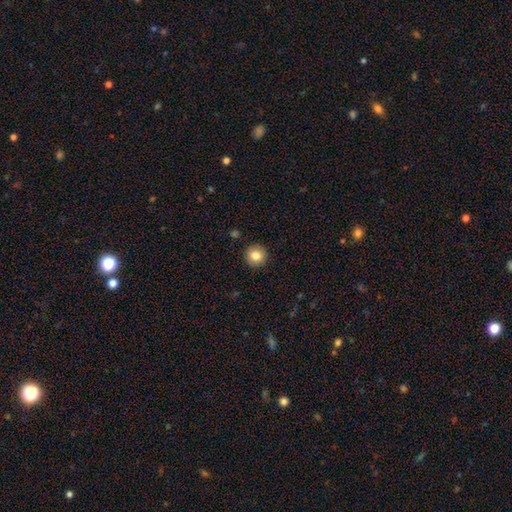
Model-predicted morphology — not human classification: Q: Smooth or featured?
A: smooth (84%); runner-up: star or artifact (10%)
Q: How rounded?
A: round (95%); runner-up: in between (4%)
Q: Merging?
A: none (92%); runner-up: minor disturbance (5%)